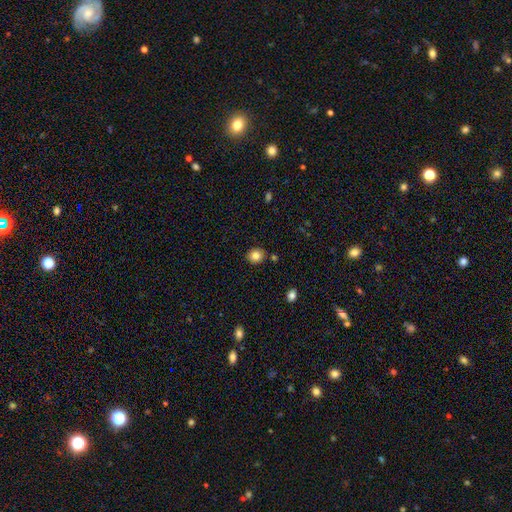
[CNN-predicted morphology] A smooth galaxy with no disk features (82%) that is round (78%). Merging: none (85%).